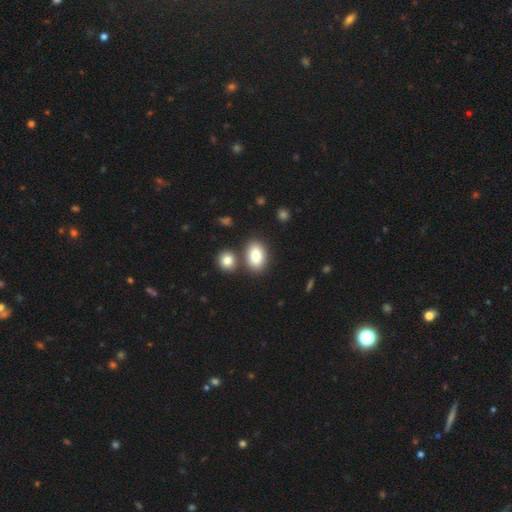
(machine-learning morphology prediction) Q: Smooth or featured?
A: smooth (84%); runner-up: featured or disk (9%)
Q: How rounded?
A: in between (88%); runner-up: round (11%)
Q: Merging?
A: none (68%); runner-up: merger (19%)